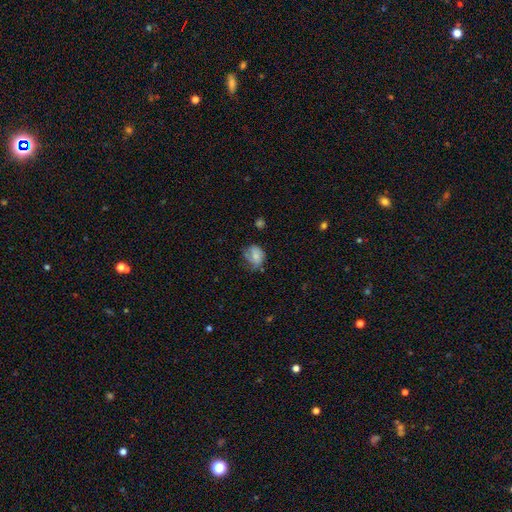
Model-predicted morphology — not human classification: smooth-or-featured: smooth: 62% | featured or disk: 30% | star or artifact: 9%
  how-rounded: round: 50% | in between: 49% | cigar-shaped: 1%
  merging: none: 44% | minor disturbance: 35% | major disturbance: 18% | merger: 3%